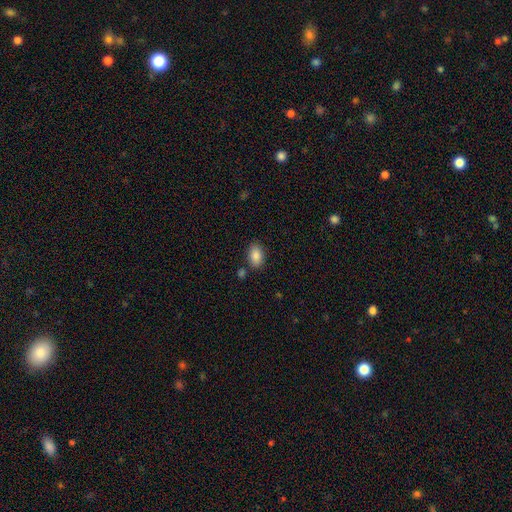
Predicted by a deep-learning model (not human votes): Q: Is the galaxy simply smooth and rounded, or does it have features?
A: smooth — 87%.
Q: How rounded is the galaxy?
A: in between — 89%.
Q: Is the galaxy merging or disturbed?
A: none — 81%.